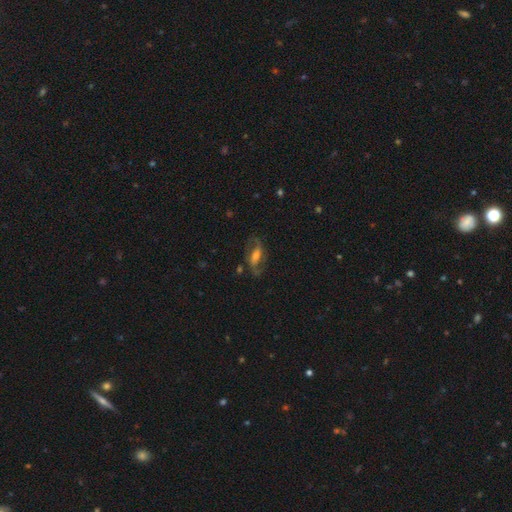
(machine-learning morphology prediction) type=featured or disk (73%); edge-on=no (92%); bar=strong (39%, tied with weak); spiral arms=yes (89%); winding=medium (46%); arm count=2 (88%); bulge=moderate (45%); merging=none (70%).